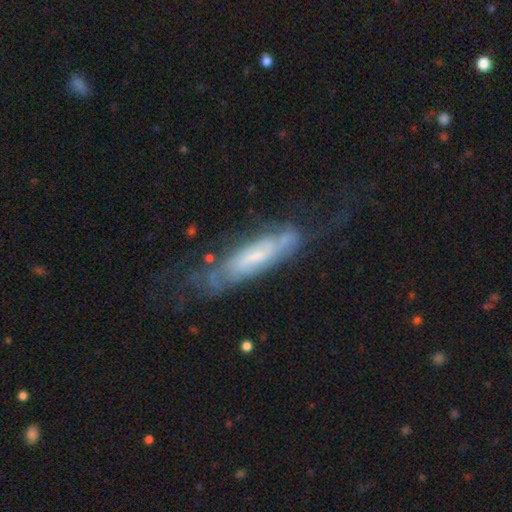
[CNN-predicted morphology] Q: Smooth or featured?
A: featured or disk (66%); runner-up: smooth (27%)
Q: Edge-on disk?
A: no (64%); runner-up: yes (36%)
Q: Merging?
A: none (53%); runner-up: minor disturbance (24%)